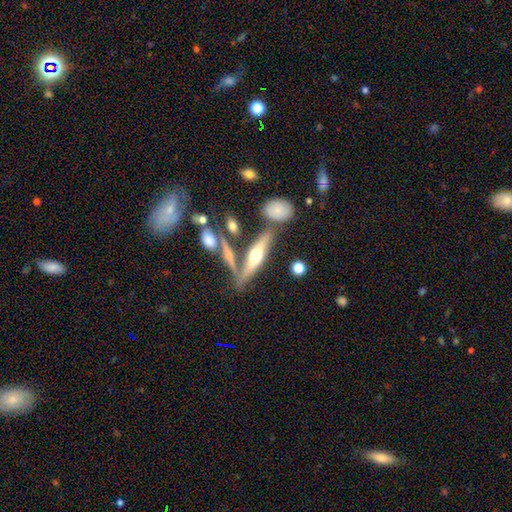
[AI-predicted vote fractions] smooth-or-featured: featured or disk: 60% | smooth: 33% | star or artifact: 7%
  disk-edge-on: yes: 87% | no: 13%
    edge-on-bulge: rounded: 92% | boxy: 4% | none: 3%
  merging: none: 62% | merger: 19% | minor disturbance: 13% | major disturbance: 5%